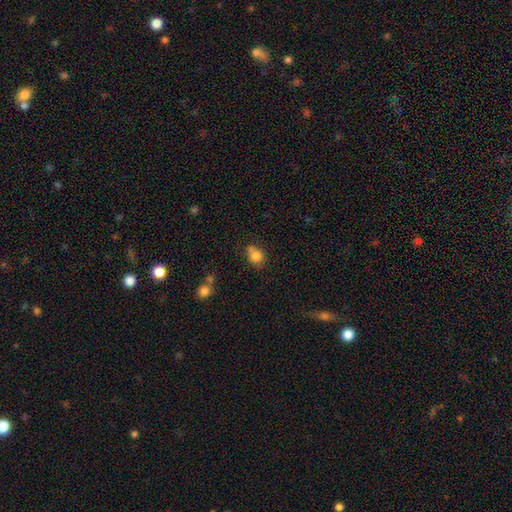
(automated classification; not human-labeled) Smooth or featured?
  - smooth: 81% *
  - star or artifact: 11%
  - featured or disk: 8%
How rounded?
  - round: 69% *
  - in between: 30%
  - cigar-shaped: 1%
Merging?
  - none: 53% *
  - minor disturbance: 21%
  - merger: 20%
  - major disturbance: 6%